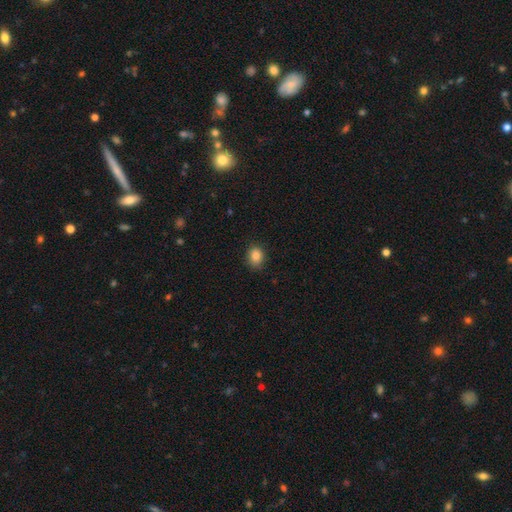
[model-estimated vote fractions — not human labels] smooth 85%, star or artifact 10%, featured or disk 5%. Down the decision tree: how rounded — round (53%); merging — none (84%).